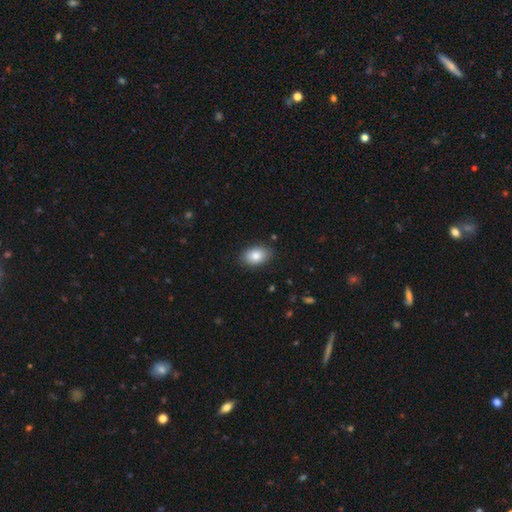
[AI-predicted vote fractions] This appears to be a smooth galaxy with no disk features (86%) that is in between round and cigar-shaped (87%). Merging: none (86%).